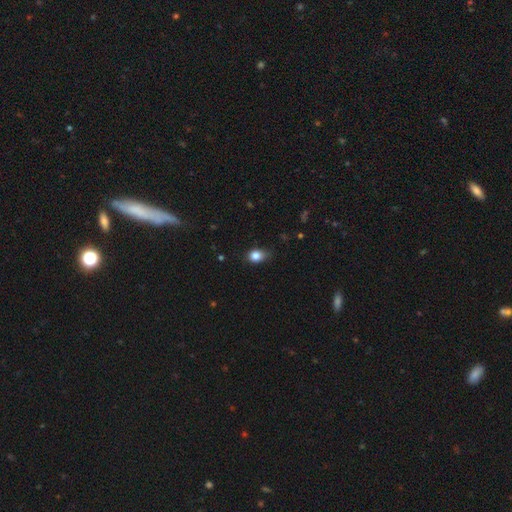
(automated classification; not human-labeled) A smooth galaxy with no disk features (83%) that is in between round and cigar-shaped (60%). Merging: none (64%).